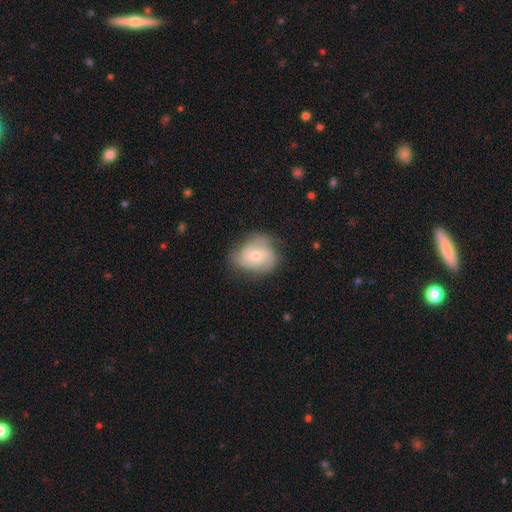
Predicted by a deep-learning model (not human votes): Smooth or featured? featured or disk (60%)
Edge-on disk? no (97%)
Bar? no (73%)
Spiral arms? yes (86%)
Bulge size? moderate (53%)
Merging? none (60%)